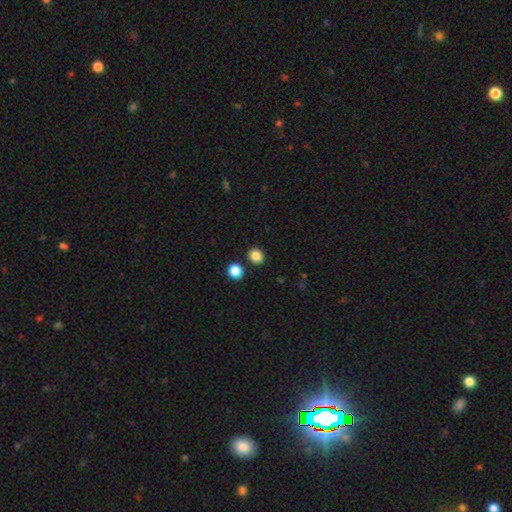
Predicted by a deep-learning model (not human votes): Q: Smooth or featured?
A: smooth (85%); runner-up: star or artifact (11%)
Q: How rounded?
A: round (75%); runner-up: in between (24%)
Q: Merging?
A: none (85%); runner-up: minor disturbance (7%)